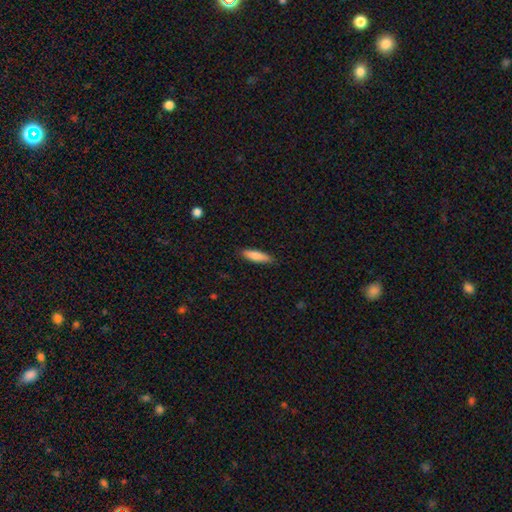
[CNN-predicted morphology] This appears to be a smooth galaxy with no disk features (83%) that is cigar-shaped (64%). Merging: none (88%).